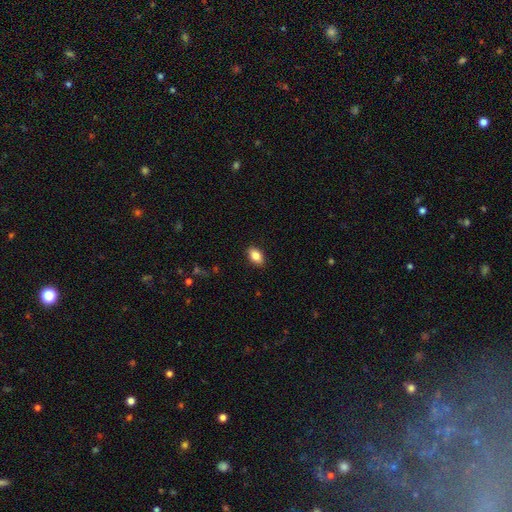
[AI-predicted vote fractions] Overall: smooth (85%). How rounded: in between (89%). Merging: none (89%).